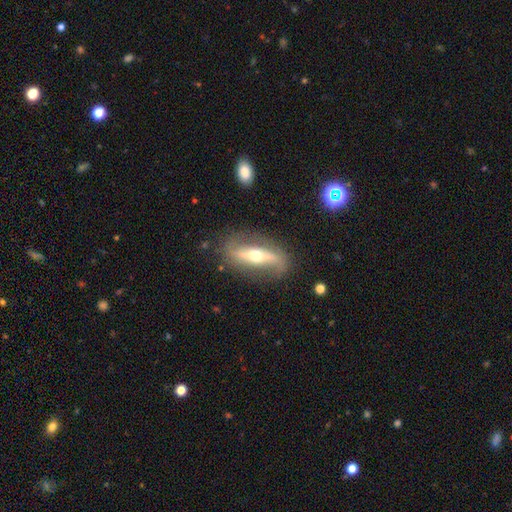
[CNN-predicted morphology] Q: Smooth or featured?
A: featured or disk (76%); runner-up: smooth (18%)
Q: Edge-on disk?
A: no (68%); runner-up: yes (32%)
Q: Bar?
A: strong (56%); runner-up: no (25%)
Q: Spiral arms?
A: yes (76%); runner-up: no (24%)
Q: Bulge size?
A: moderate (70%); runner-up: small (21%)
Q: Merging?
A: none (77%); runner-up: minor disturbance (15%)